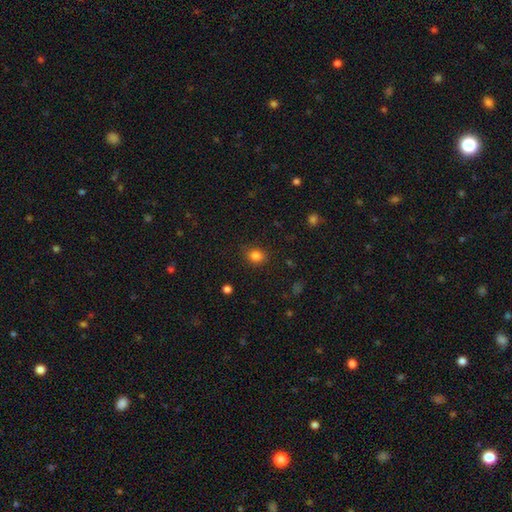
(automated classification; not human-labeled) Smooth or featured? smooth (83%)
How rounded? round (57%)
Merging? none (84%)